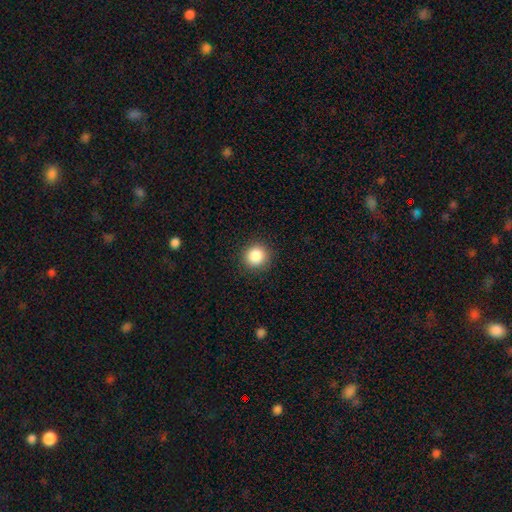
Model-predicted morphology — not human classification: Q: Smooth or featured?
A: smooth (87%); runner-up: star or artifact (9%)
Q: How rounded?
A: round (92%); runner-up: in between (7%)
Q: Merging?
A: none (91%); runner-up: minor disturbance (6%)